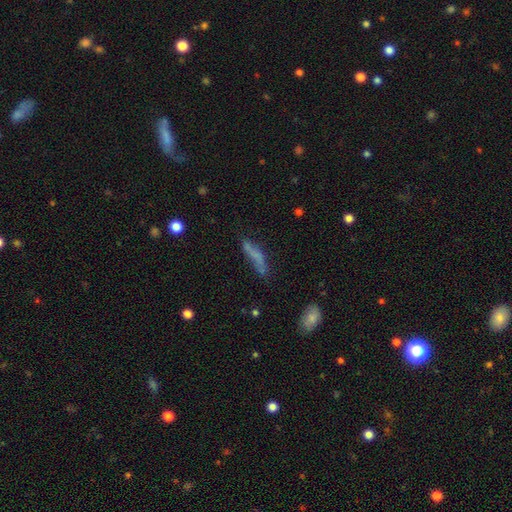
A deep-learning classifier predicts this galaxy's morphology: Smooth or featured? smooth (58%)
How rounded? cigar-shaped (75%)
Merging? none (48%)